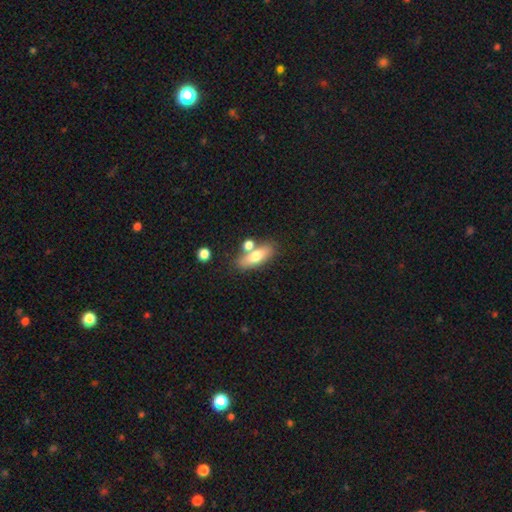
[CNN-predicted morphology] This appears to be a smooth galaxy with no disk features (69%) that is in between round and cigar-shaped (68%). Merging: none (62%).